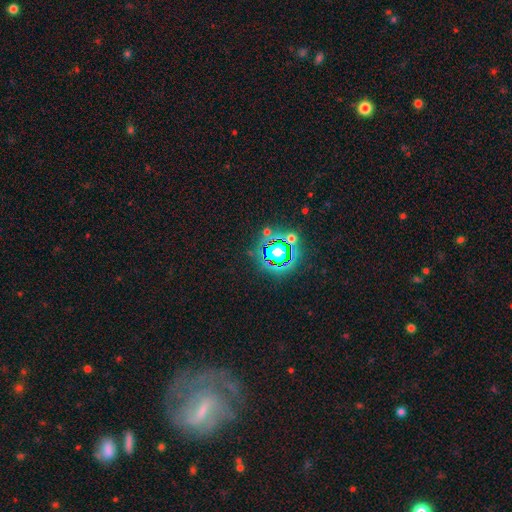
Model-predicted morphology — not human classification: A star or artifact, not a galaxy (55%).

Vote fractions:
- Smooth or featured? star or artifact: 55% / featured or disk: 27% / smooth: 18%